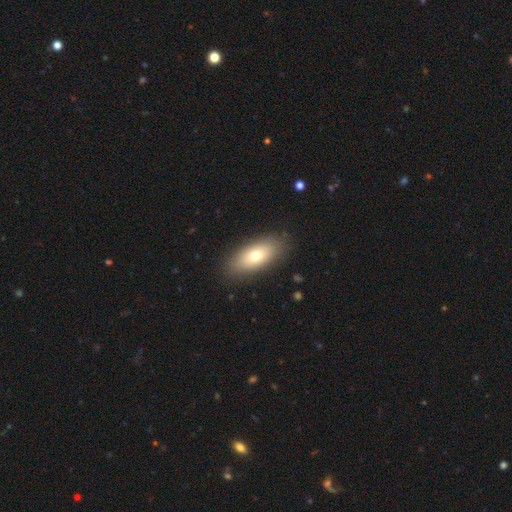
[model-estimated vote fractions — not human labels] This appears to be a smooth galaxy with no disk features (70%) that is in between round and cigar-shaped (83%). Merging: none (87%).